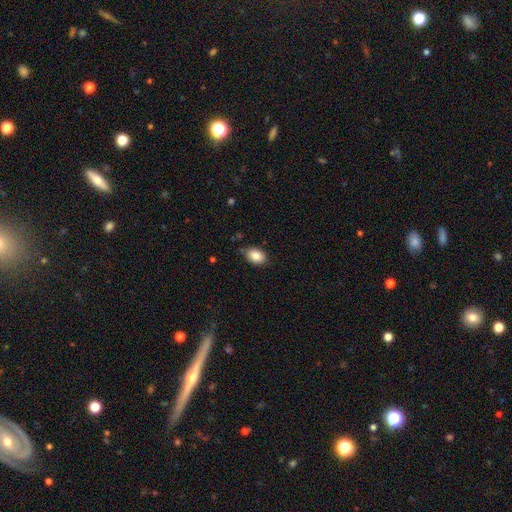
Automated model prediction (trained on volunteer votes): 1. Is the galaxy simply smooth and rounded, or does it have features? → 86% smooth, 8% star or artifact, 6% featured or disk.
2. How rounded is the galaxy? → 82% in between, 17% round, 1% cigar-shaped.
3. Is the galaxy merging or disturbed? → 76% none, 19% minor disturbance, 3% major disturbance, 2% merger.